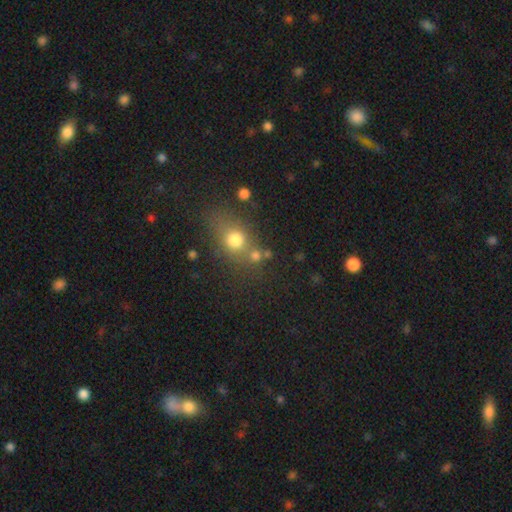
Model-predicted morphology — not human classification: smooth 71%, star or artifact 19%, featured or disk 10%. Down the decision tree: how rounded — round (77%); merging — none (55%).